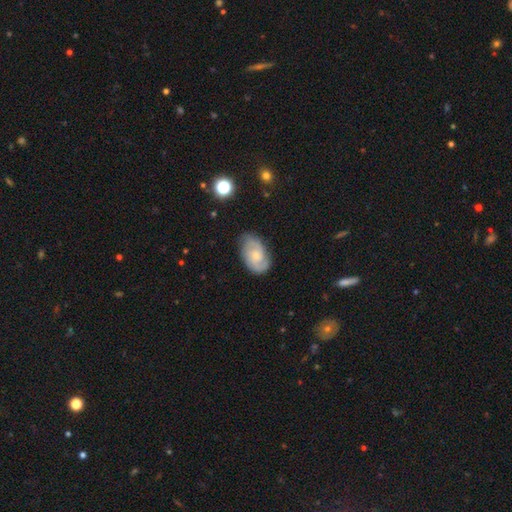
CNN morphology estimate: smooth-or-featured: featured or disk: 72% | smooth: 21% | star or artifact: 6%
  disk-edge-on: no: 97% | yes: 3%
    bar: no: 66% | weak: 31% | strong: 4%
    has-spiral-arms: yes: 94% | no: 6%
      spiral-winding: tight: 45% | medium: 43% | loose: 12%
      spiral-arm-count: 2: 75% | can't tell: 13% | 3: 7% | 1: 3% | 4: 2% | more than 4: 2%
    bulge-size: small: 60% | moderate: 30% | none: 6% | large: 2% | dominant: 1%
  merging: none: 74% | minor disturbance: 20% | major disturbance: 5% | merger: 1%